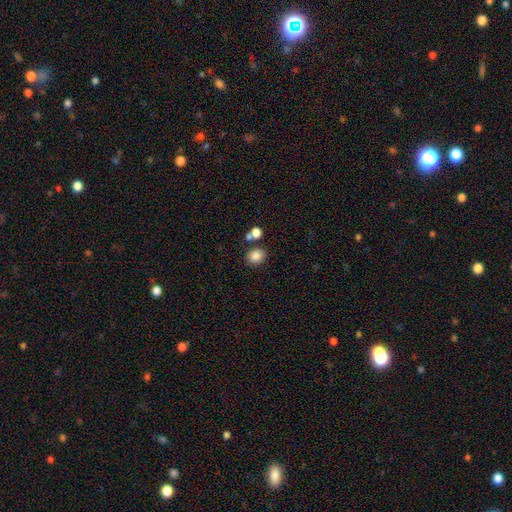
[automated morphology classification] Smooth or featured? Predicted: smooth (p=0.84). How rounded? Predicted: round (p=0.62). Merging? Predicted: none (p=0.75).